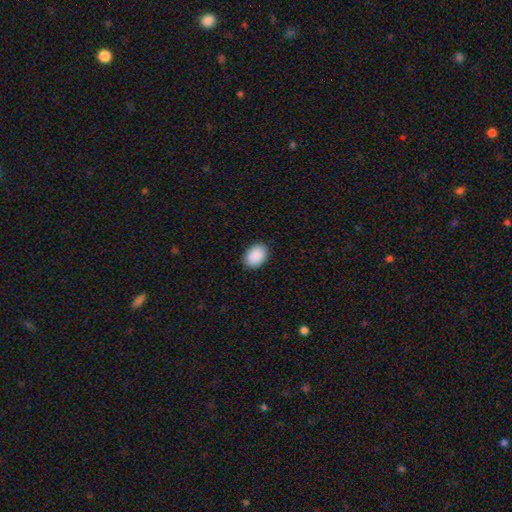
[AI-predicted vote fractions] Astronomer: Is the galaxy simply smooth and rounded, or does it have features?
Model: smooth — 91%.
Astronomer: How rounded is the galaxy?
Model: in between — 79%.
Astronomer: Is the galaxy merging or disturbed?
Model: none — 89%.